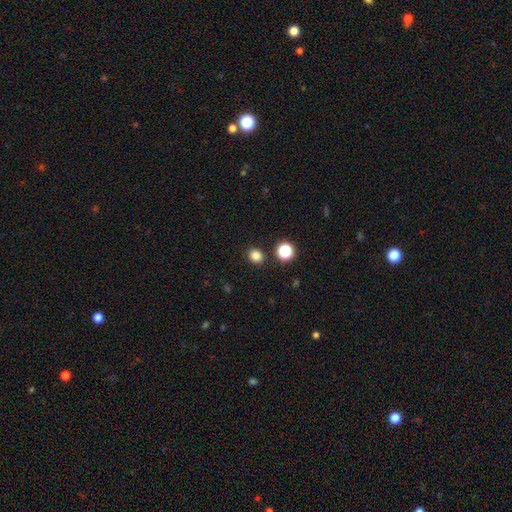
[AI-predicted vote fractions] This is clearly a smooth galaxy (82%). How rounded: likely round (75%). Merging: clearly none (88%).